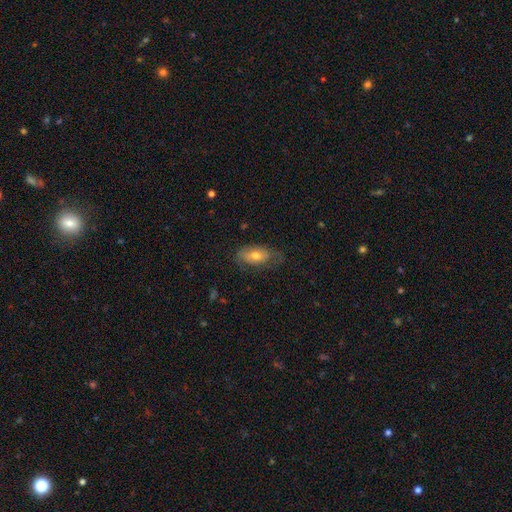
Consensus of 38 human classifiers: Smooth or featured? 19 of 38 (50%) said smooth. How rounded? 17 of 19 (89%) said in between. Merging? 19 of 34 (56%) said none.